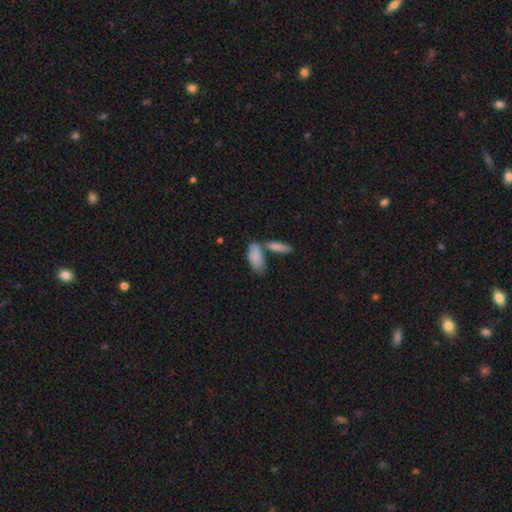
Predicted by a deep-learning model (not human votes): smooth 84%, featured or disk 11%, star or artifact 5%. Down the decision tree: how rounded — in between (83%); merging — none (48%).